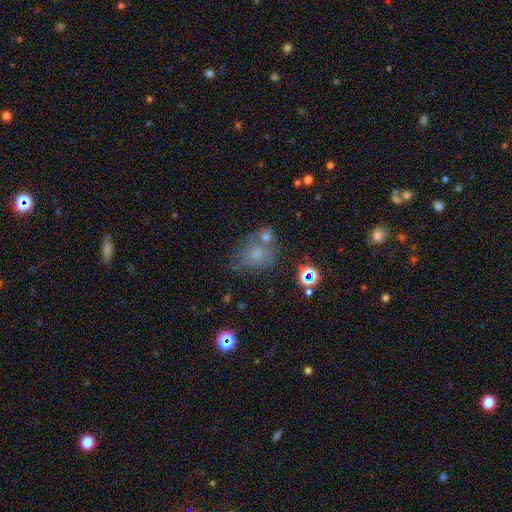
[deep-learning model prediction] This is marginally a smooth galaxy (44%). Merging: marginally none (42%).